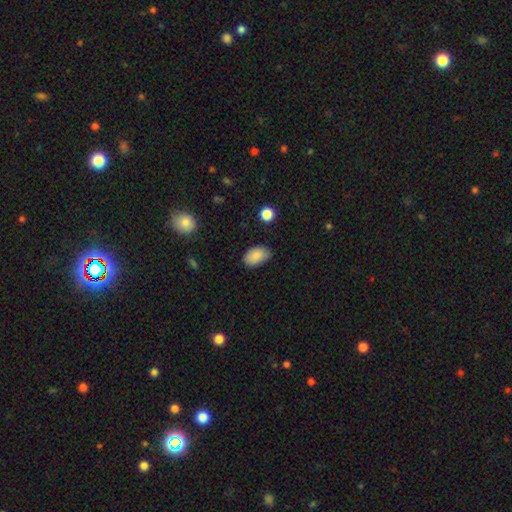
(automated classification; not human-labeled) This is clearly a smooth galaxy (87%). How rounded: clearly in between (92%). Merging: likely none (80%).